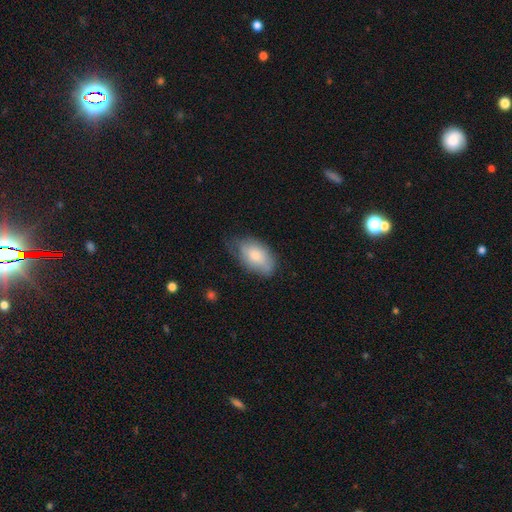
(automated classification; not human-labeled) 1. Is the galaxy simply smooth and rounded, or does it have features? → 72% smooth, 22% featured or disk, 6% star or artifact.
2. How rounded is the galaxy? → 93% in between, 5% round, 2% cigar-shaped.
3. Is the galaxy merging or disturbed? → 54% none, 35% minor disturbance, 10% major disturbance, 2% merger.